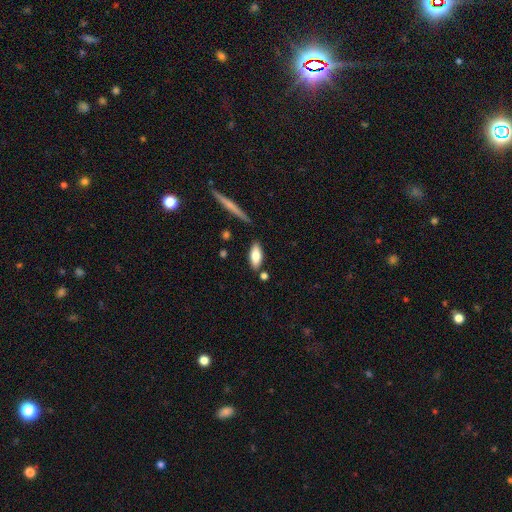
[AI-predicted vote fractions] A smooth galaxy with no disk features (76%) that is in between round and cigar-shaped (77%).

Vote fractions:
- Smooth or featured? smooth: 76% / featured or disk: 18% / star or artifact: 6%
- How rounded? in between: 77% / cigar-shaped: 20% / round: 2%
- Merging? none: 80% / minor disturbance: 12% / merger: 6% / major disturbance: 3%